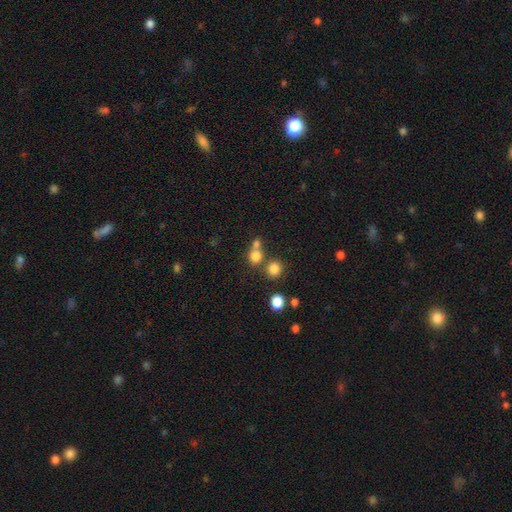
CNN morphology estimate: Overall: smooth (77%). How rounded: round (84%). Merging: none (54%; merger 35%).